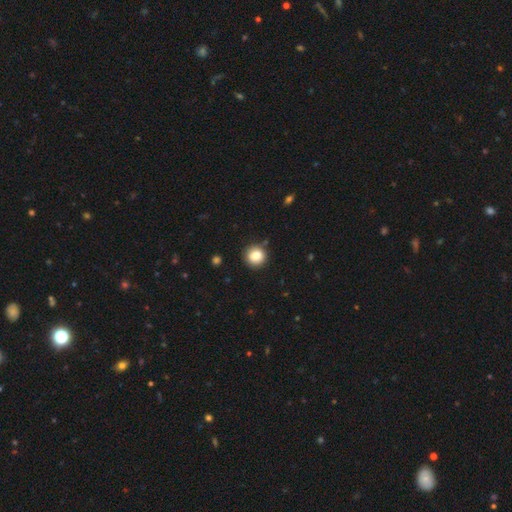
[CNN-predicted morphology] Smooth or featured? Predicted: smooth (p=0.84). How rounded? Predicted: round (p=0.90). Merging? Predicted: none (p=0.88).